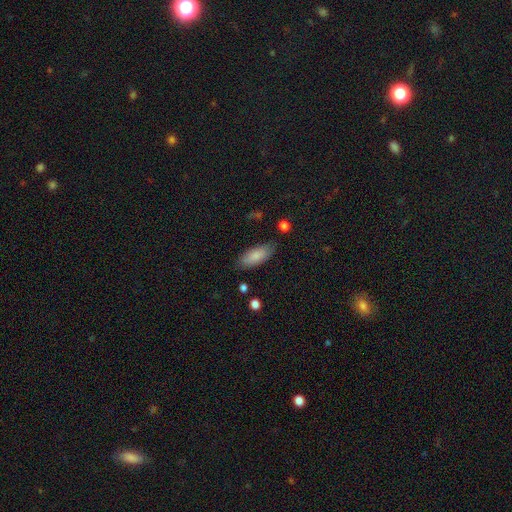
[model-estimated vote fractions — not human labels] The model was most divided on "how rounded": in between: 79%, cigar-shaped: 19%, round: 2%. More confident: smooth or featured — smooth (84%); merging — none (79%).